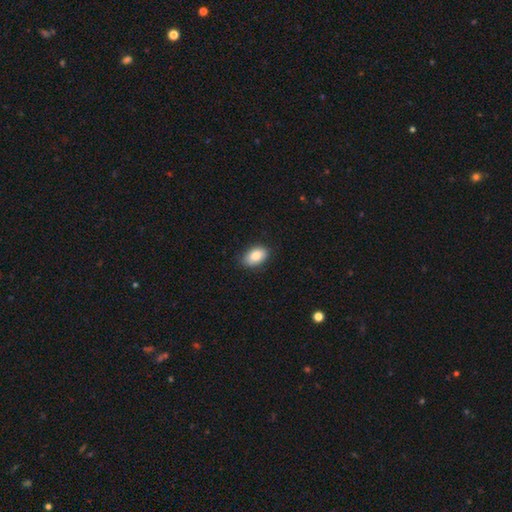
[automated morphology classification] Smooth or featured? Predicted: smooth (p=0.86). How rounded? Predicted: in between (p=0.88). Merging? Predicted: none (p=0.84).